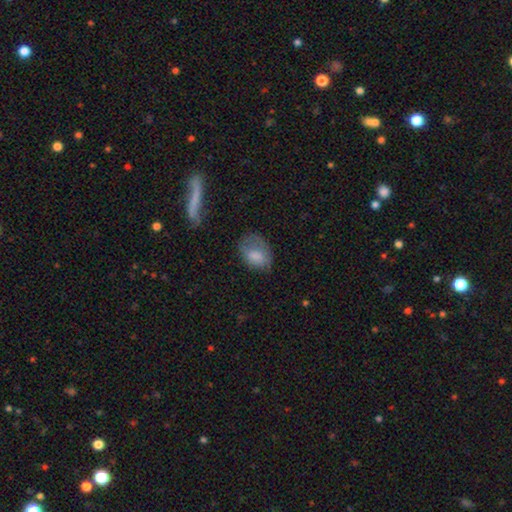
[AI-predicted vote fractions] Q: Smooth or featured?
A: smooth (73%); runner-up: featured or disk (19%)
Q: How rounded?
A: in between (77%); runner-up: round (22%)
Q: Merging?
A: none (44%); runner-up: minor disturbance (32%)